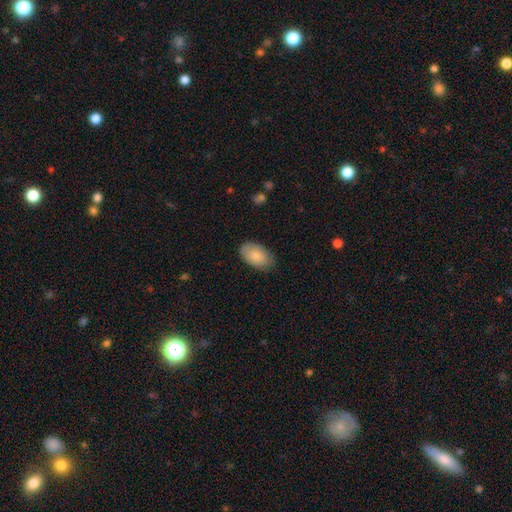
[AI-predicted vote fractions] smooth 83%, featured or disk 11%, star or artifact 6%. Down the decision tree: how rounded — in between (93%); merging — none (79%).